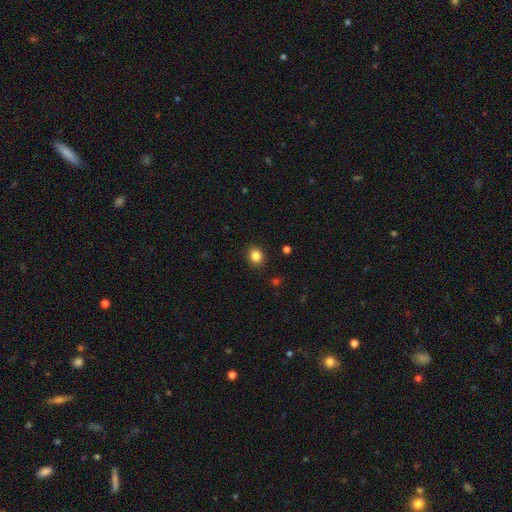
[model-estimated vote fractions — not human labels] This is clearly a smooth galaxy (84%). How rounded: likely round (73%). Merging: clearly none (90%).